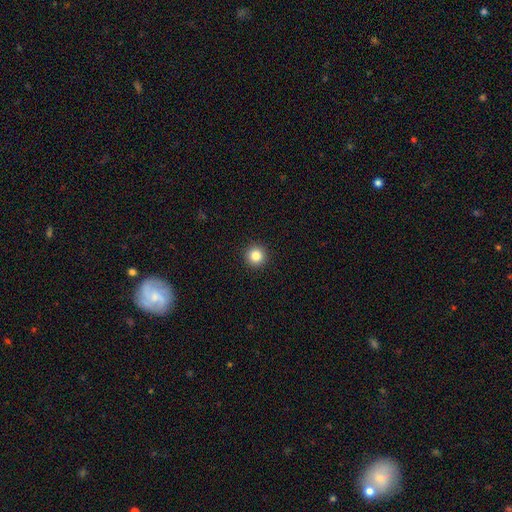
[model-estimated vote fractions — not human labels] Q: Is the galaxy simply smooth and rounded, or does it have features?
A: smooth — 84%.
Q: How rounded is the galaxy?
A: round — 96%.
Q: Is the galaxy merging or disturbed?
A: none — 93%.